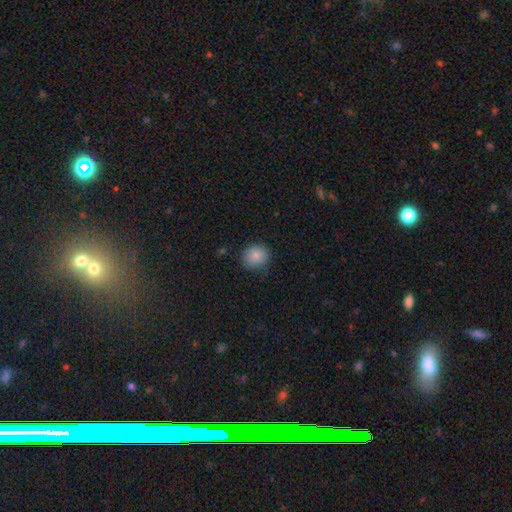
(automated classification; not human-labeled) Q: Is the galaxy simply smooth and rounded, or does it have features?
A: smooth — 83%.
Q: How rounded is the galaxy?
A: round — 81%.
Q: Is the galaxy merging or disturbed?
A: none — 78%.